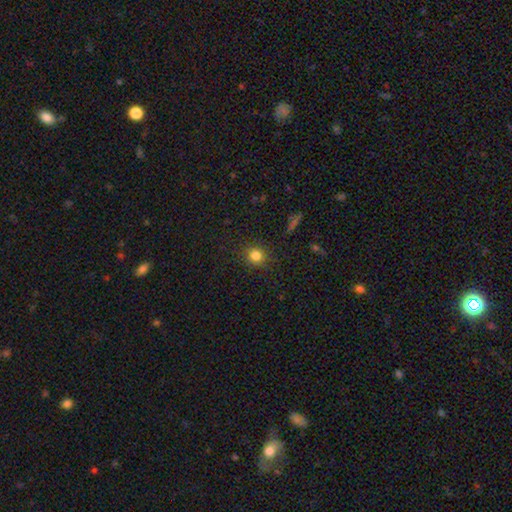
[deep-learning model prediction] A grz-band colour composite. It shows a smooth galaxy with no disk features (82%) that is round (88%). Merging: none (89%).